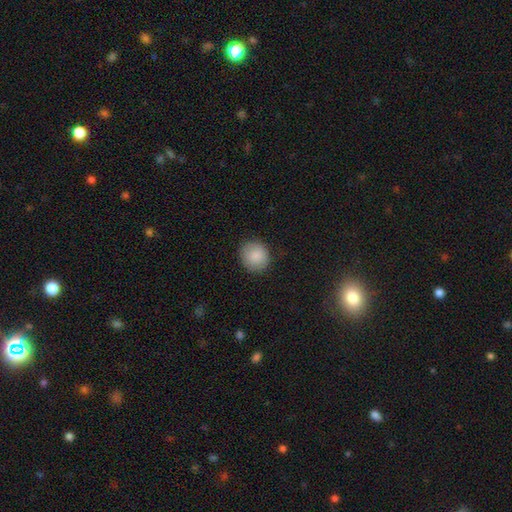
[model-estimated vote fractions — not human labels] The model was most divided on "how rounded": round: 84%, in between: 15%, cigar-shaped: 1%. More confident: merging — none (88%); smooth or featured — smooth (87%).